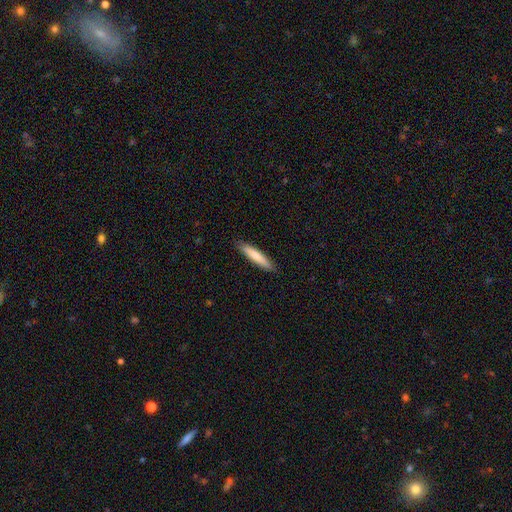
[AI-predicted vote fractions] Smooth or featured: smooth — 77% (featured or disk — 17%)
How rounded: cigar-shaped — 89% (in between — 10%)
Merging: none — 89% (minor disturbance — 8%)